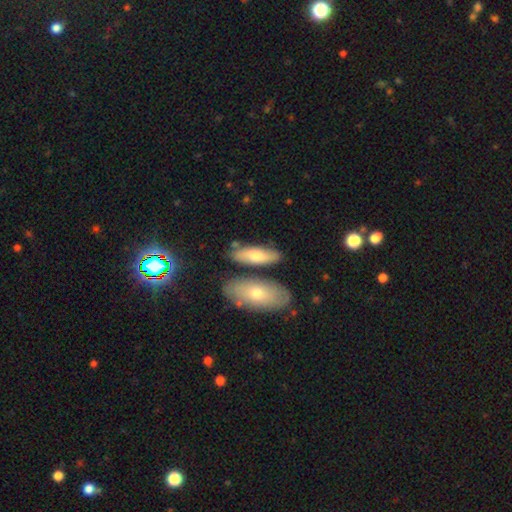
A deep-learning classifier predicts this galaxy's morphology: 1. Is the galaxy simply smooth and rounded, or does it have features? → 64% smooth, 29% featured or disk, 7% star or artifact.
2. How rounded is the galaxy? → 61% in between, 36% cigar-shaped, 3% round.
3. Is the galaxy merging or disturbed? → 69% none, 14% minor disturbance, 13% merger, 4% major disturbance.